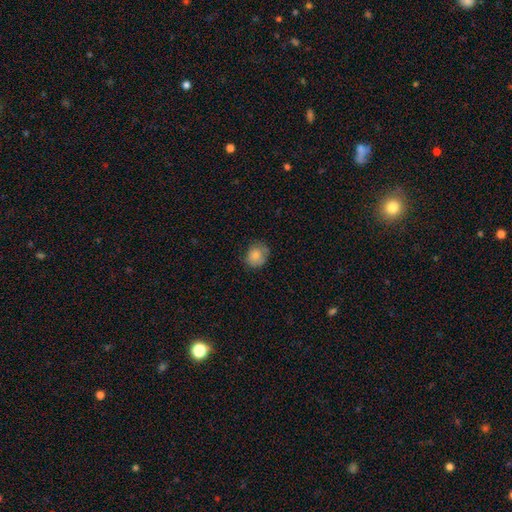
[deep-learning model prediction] Smooth or featured: smooth — 81% (featured or disk — 11%)
How rounded: round — 71% (in between — 28%)
Merging: none — 70% (minor disturbance — 23%)